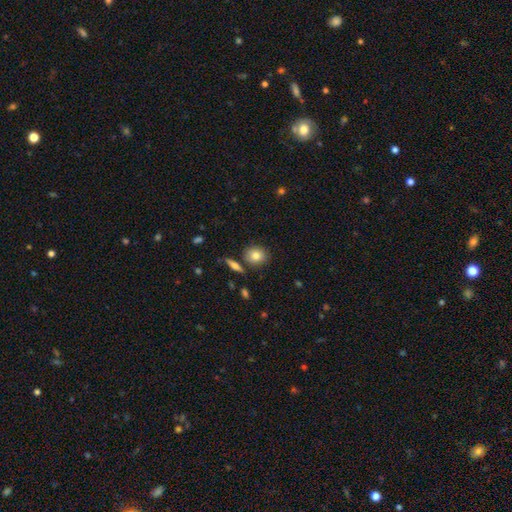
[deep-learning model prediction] Smooth or featured?
  - smooth: 80% *
  - featured or disk: 11%
  - star or artifact: 9%
How rounded?
  - round: 72% *
  - in between: 27%
  - cigar-shaped: 2%
Merging?
  - none: 80% *
  - minor disturbance: 10%
  - merger: 8%
  - major disturbance: 2%